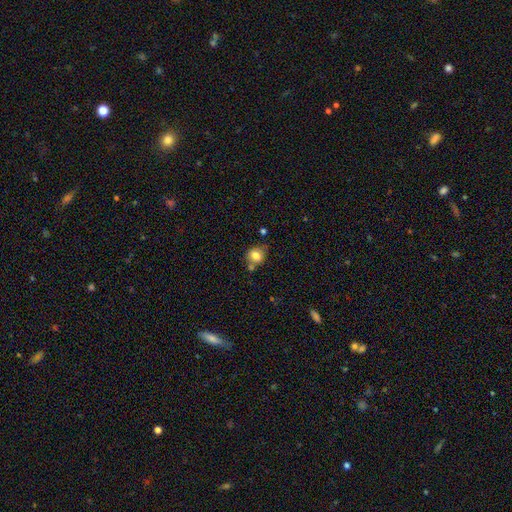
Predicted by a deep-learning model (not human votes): Smooth or featured?
  - smooth: 76% *
  - featured or disk: 14%
  - star or artifact: 10%
How rounded?
  - round: 67% *
  - in between: 32%
  - cigar-shaped: 1%
Merging?
  - none: 62% *
  - minor disturbance: 18%
  - merger: 15%
  - major disturbance: 5%